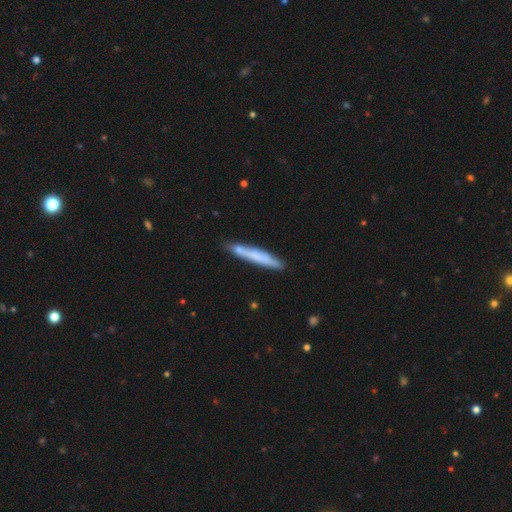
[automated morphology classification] Smooth or featured? smooth (60%)
How rounded? cigar-shaped (95%)
Merging? none (77%)